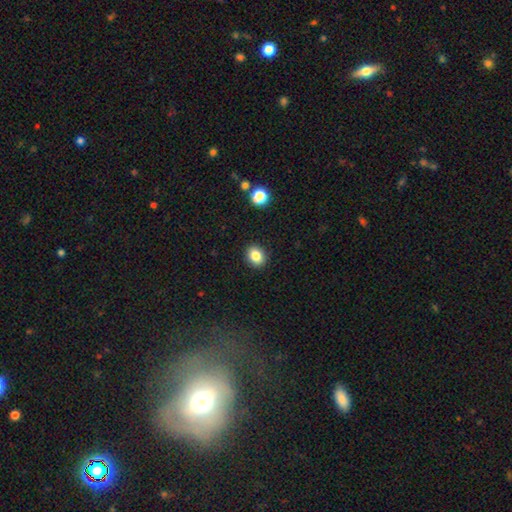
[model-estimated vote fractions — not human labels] Q: Smooth or featured?
A: smooth (84%); runner-up: star or artifact (10%)
Q: How rounded?
A: round (54%); runner-up: in between (45%)
Q: Merging?
A: none (90%); runner-up: minor disturbance (7%)